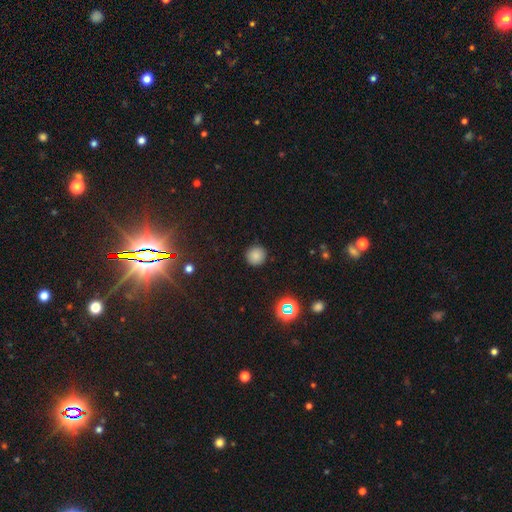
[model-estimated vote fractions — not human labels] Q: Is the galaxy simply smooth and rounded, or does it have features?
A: smooth — 80%.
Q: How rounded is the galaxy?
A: round — 95%.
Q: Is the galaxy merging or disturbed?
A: none — 90%.